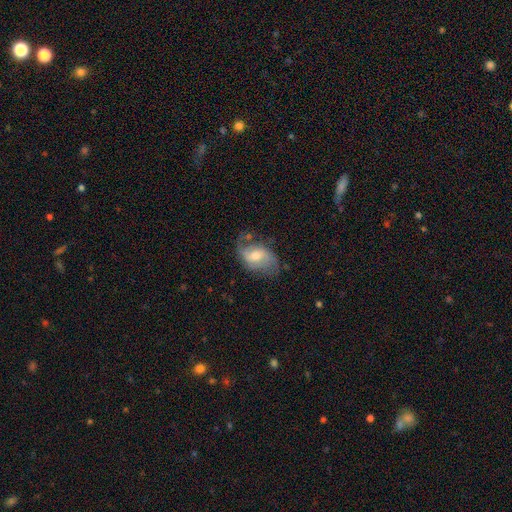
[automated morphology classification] This appears to be a featured or disk galaxy (76%) with a weak bar (47%), 2 (76%) loose (42%, tied with medium) spiral arms (92%) and a moderate central bulge (64%). Merging: none (59%).